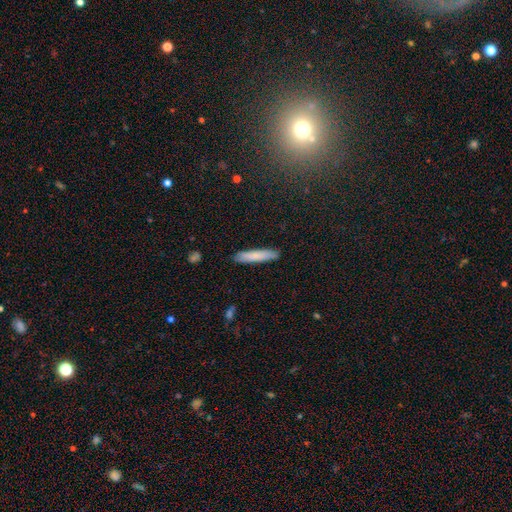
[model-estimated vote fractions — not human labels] Smooth or featured? Predicted: smooth (p=0.79). How rounded? Predicted: cigar-shaped (p=0.89). Merging? Predicted: none (p=0.89).